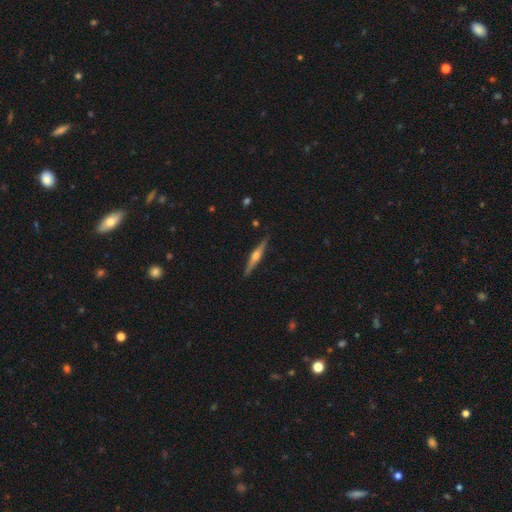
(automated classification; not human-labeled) Smooth or featured?
  - featured or disk: 76% *
  - smooth: 19%
  - star or artifact: 5%
Edge-on disk?
  - yes: 98% *
  - no: 2%
Edge-on bulge?
  - rounded: 91% *
  - boxy: 5%
  - none: 3%
Merging?
  - none: 90% *
  - minor disturbance: 8%
  - major disturbance: 1%
  - merger: 1%